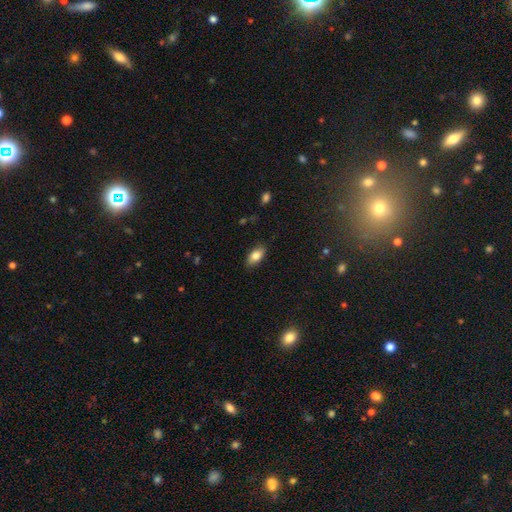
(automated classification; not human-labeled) smooth 82%, featured or disk 11%, star or artifact 7%. Down the decision tree: how rounded — in between (90%); merging — none (85%).